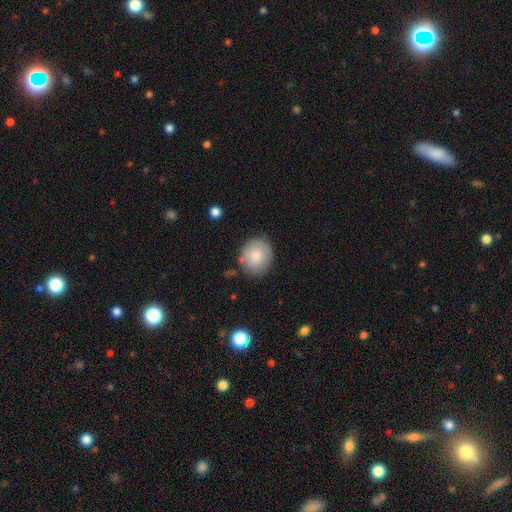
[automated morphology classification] type=smooth (81%); roundness=round (79%); merging=none (81%).